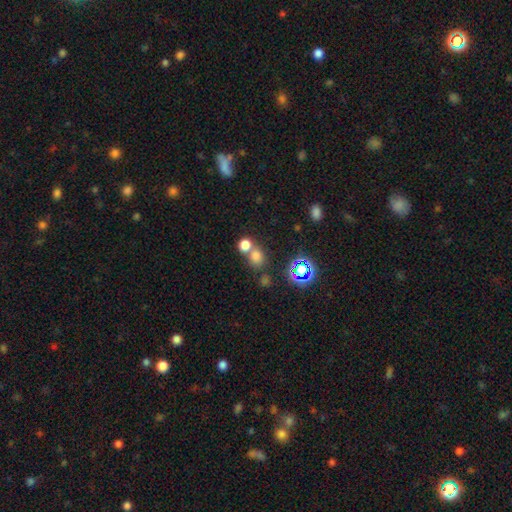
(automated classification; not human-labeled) Morphology: type=smooth (70%); roundness=round (71%); merging=none (52%).